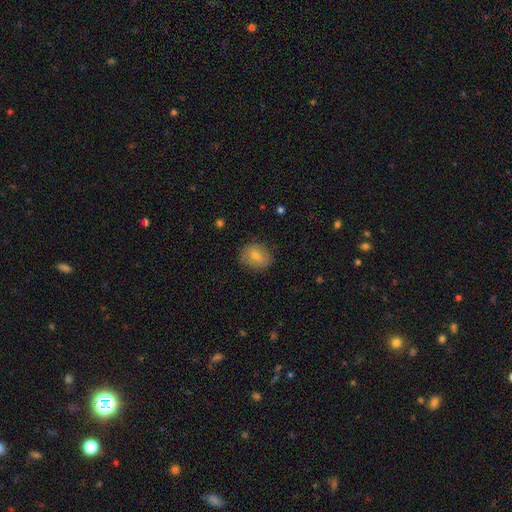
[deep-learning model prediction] Overall: smooth (72%). How rounded: round (64%; in between 34%). Merging: none (84%).